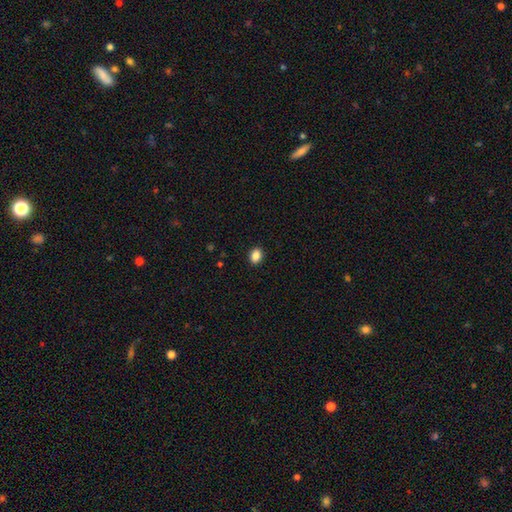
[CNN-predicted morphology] smooth 87%, star or artifact 9%, featured or disk 3%. Down the decision tree: how rounded — in between (66%); merging — none (91%).